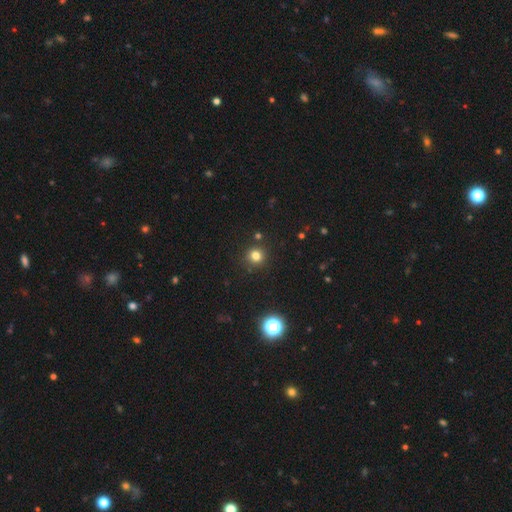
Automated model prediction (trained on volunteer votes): Smooth or featured? smooth (78%)
How rounded? round (92%)
Merging? none (87%)